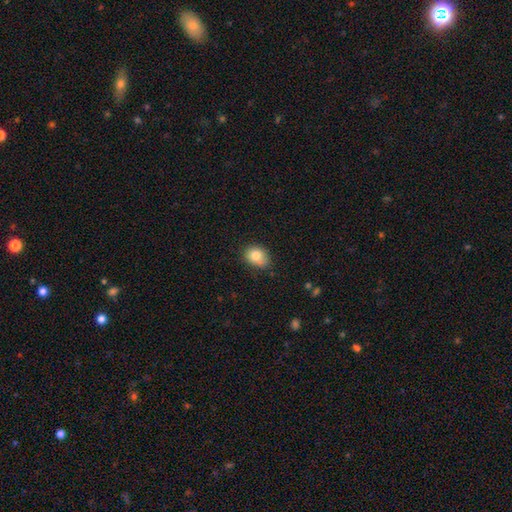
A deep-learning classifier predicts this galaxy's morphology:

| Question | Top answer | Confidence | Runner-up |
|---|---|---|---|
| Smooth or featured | smooth | 80% | featured or disk (10%) |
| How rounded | in between | 55% | round (44%) |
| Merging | none | 68% | minor disturbance (25%) |